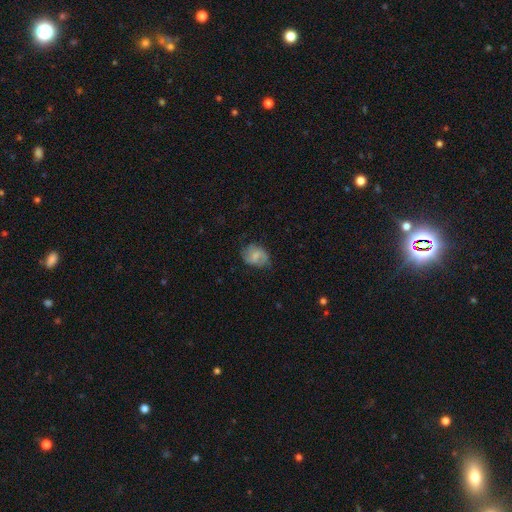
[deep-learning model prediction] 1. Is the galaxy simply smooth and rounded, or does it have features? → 52% smooth, 40% featured or disk, 8% star or artifact.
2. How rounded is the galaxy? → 57% in between, 42% round, 1% cigar-shaped.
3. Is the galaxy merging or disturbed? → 61% none, 28% minor disturbance, 10% major disturbance, 1% merger.